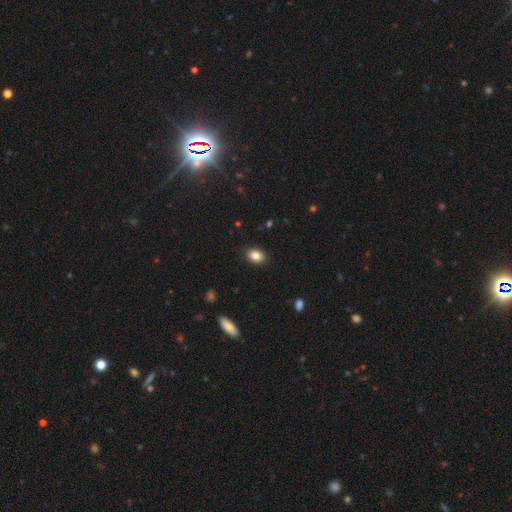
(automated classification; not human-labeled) Smooth or featured? Predicted: smooth (p=0.85). How rounded? Predicted: in between (p=0.72). Merging? Predicted: none (p=0.88).